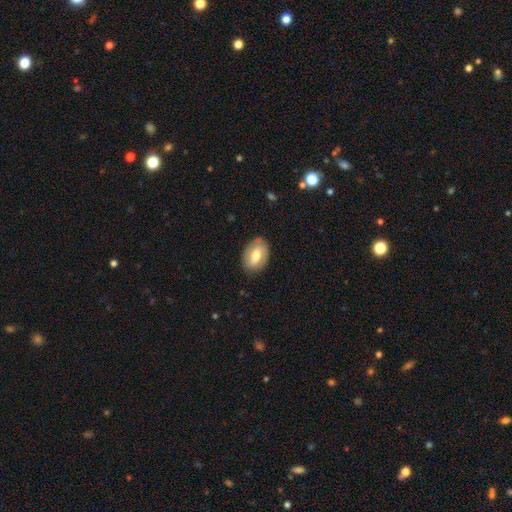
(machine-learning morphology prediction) smooth 48%, featured or disk 46%, star or artifact 6%. Down the decision tree: merging — none (81%).